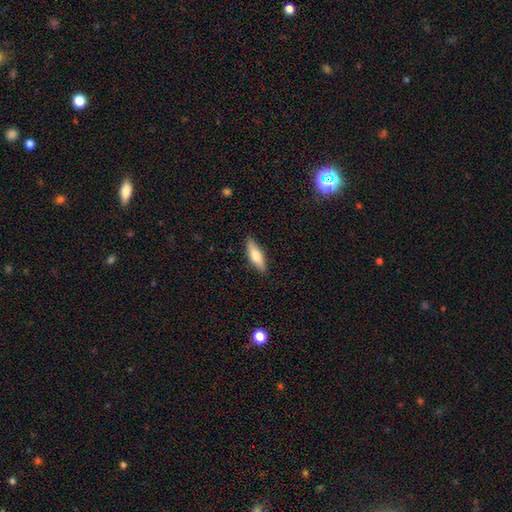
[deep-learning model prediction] Smooth or featured? smooth (63%)
How rounded? cigar-shaped (51%)
Merging? none (87%)